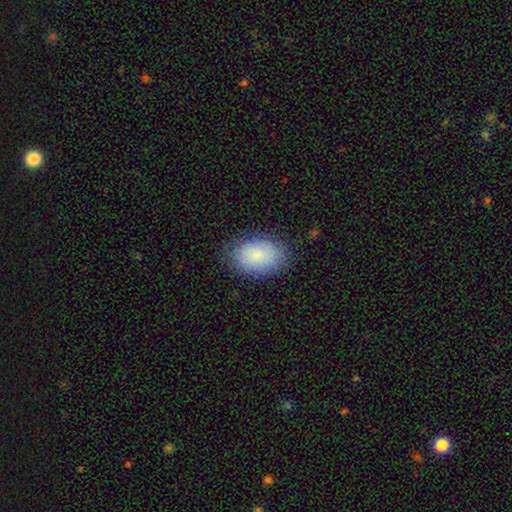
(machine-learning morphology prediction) This is clearly a smooth galaxy (86%). How rounded: clearly in between (85%). Merging: clearly none (80%).